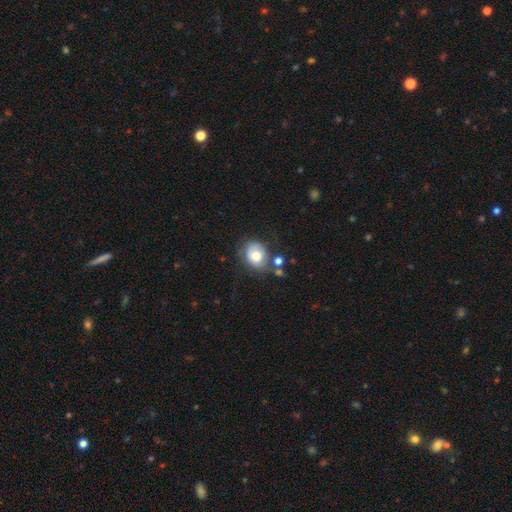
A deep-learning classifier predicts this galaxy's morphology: Smooth or featured? smooth (66%)
How rounded? round (51%)
Merging? none (50%)